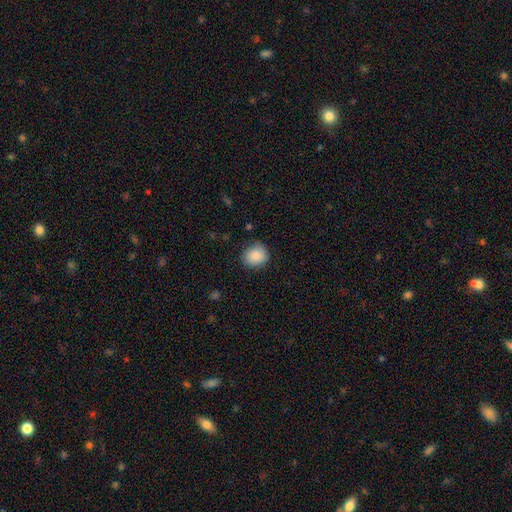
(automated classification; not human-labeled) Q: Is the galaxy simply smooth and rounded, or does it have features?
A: smooth — 87%.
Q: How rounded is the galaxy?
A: round — 78%.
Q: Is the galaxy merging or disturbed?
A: none — 81%.